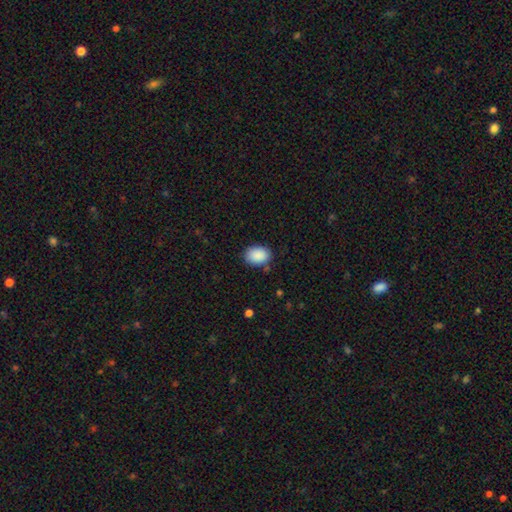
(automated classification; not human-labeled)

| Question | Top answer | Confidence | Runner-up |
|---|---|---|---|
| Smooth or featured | smooth | 90% | star or artifact (7%) |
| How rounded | in between | 75% | round (24%) |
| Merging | none | 82% | minor disturbance (13%) |